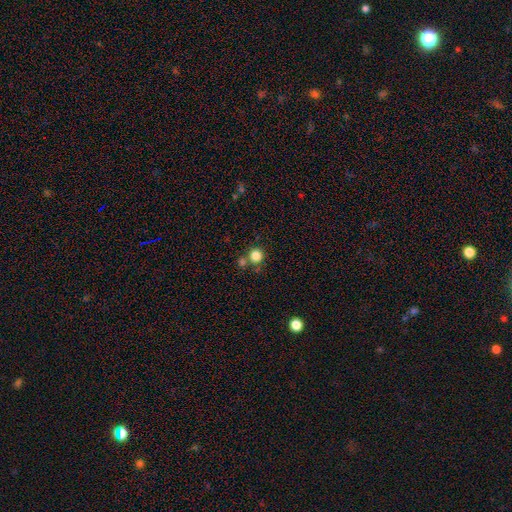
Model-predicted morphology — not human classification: Q: Smooth or featured?
A: smooth (83%); runner-up: star or artifact (12%)
Q: How rounded?
A: round (93%); runner-up: in between (6%)
Q: Merging?
A: none (70%); runner-up: merger (18%)